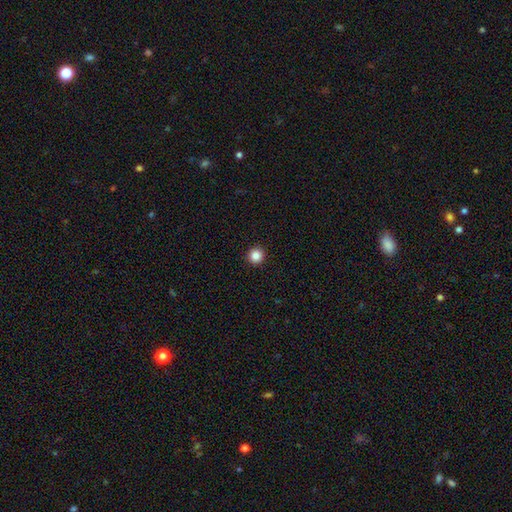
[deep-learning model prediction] Morphology: type=smooth (85%); roundness=round (96%); merging=none (94%).